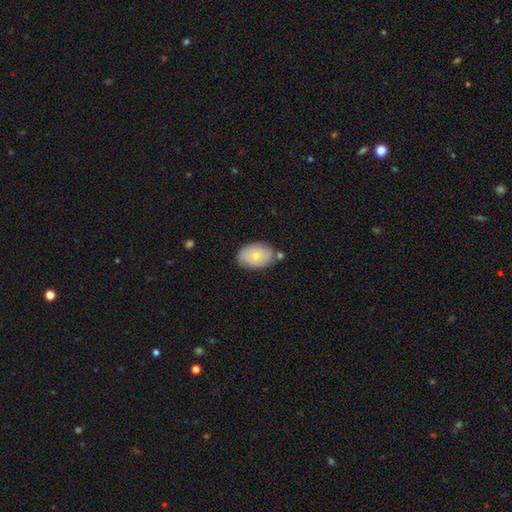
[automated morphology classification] Q: Smooth or featured?
A: smooth (63%); runner-up: featured or disk (31%)
Q: How rounded?
A: in between (87%); runner-up: round (12%)
Q: Merging?
A: none (69%); runner-up: minor disturbance (21%)